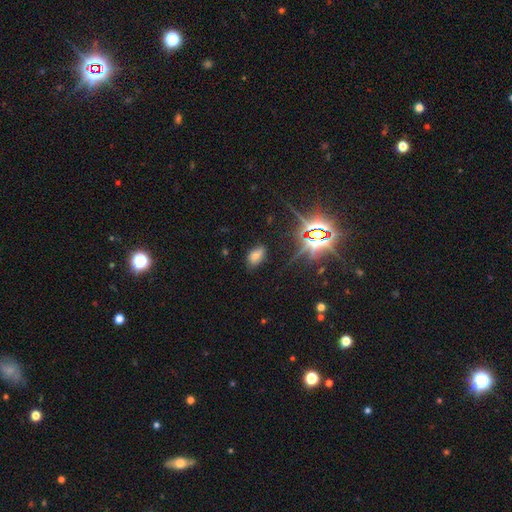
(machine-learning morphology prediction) smooth_or_featured: smooth (p=0.60) [alt: star or artifact p=0.28]
how_rounded: in between (p=0.91) [alt: round p=0.07]
merging: none (p=0.73) [alt: minor disturbance p=0.19]